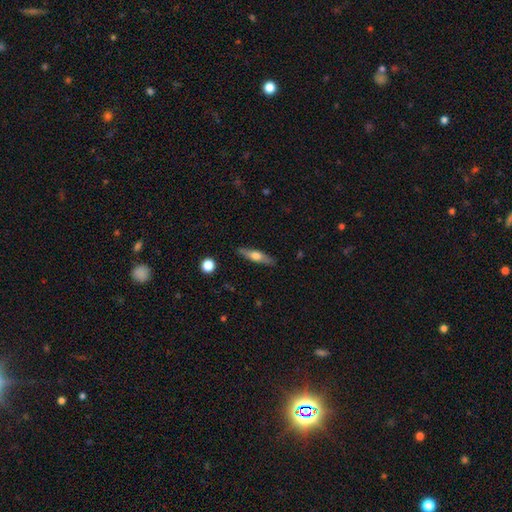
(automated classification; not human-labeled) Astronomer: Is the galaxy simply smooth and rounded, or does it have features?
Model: smooth — 50% (runner-up: featured or disk, 44%).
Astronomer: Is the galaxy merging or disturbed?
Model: none — 85%.